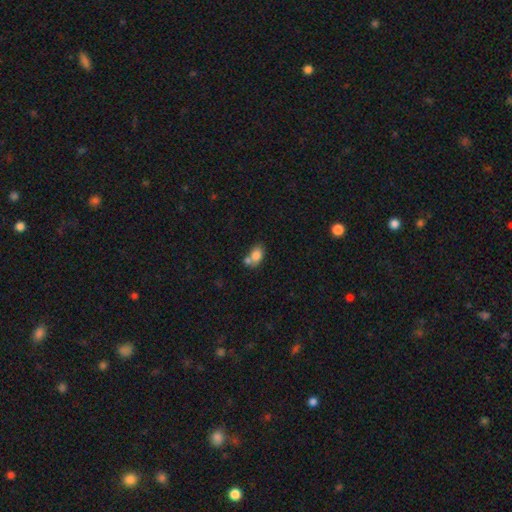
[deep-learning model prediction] smooth-or-featured: smooth: 79% | featured or disk: 12% | star or artifact: 9%
  how-rounded: in between: 76% | round: 23% | cigar-shaped: 2%
  merging: merger: 43% | none: 38% | minor disturbance: 14% | major disturbance: 5%